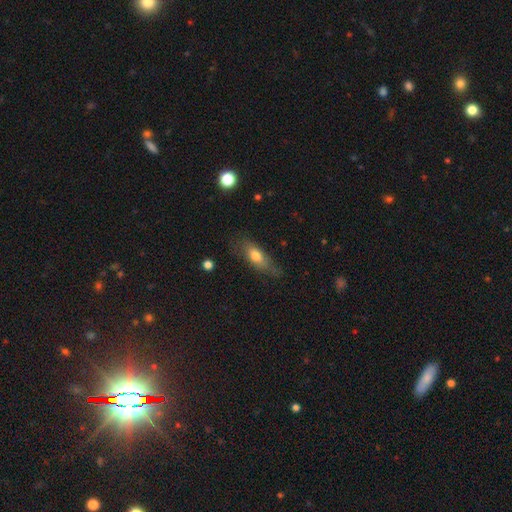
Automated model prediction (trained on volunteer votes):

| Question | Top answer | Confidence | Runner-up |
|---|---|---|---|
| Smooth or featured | smooth | 67% | featured or disk (25%) |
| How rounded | in between | 65% | cigar-shaped (31%) |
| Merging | none | 66% | minor disturbance (24%) |